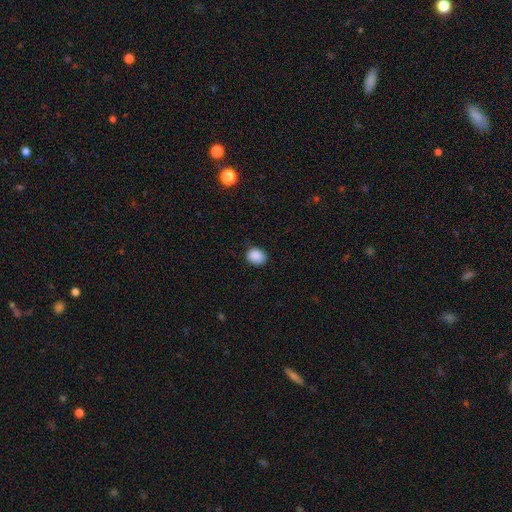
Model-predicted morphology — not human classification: type=smooth (89%); roundness=round (55%); merging=none (86%).